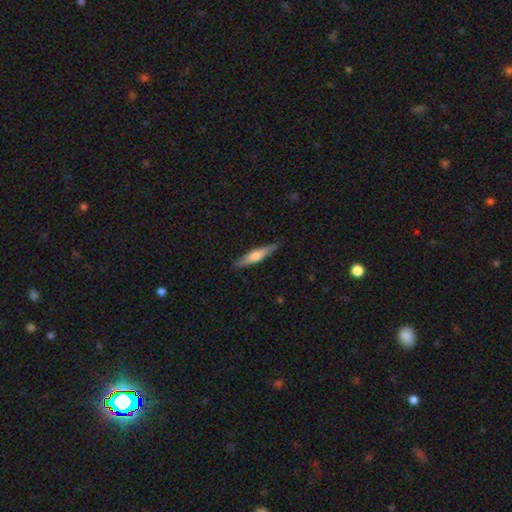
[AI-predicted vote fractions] Morphology: type=smooth (51%); roundness=cigar-shaped (85%); merging=none (88%).